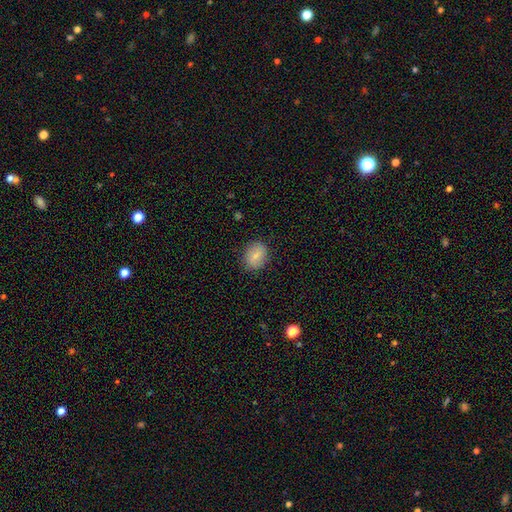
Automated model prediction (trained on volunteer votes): Smooth or featured: smooth — 76% (featured or disk — 16%)
How rounded: in between — 51% (round — 48%)
Merging: none — 85% (minor disturbance — 11%)